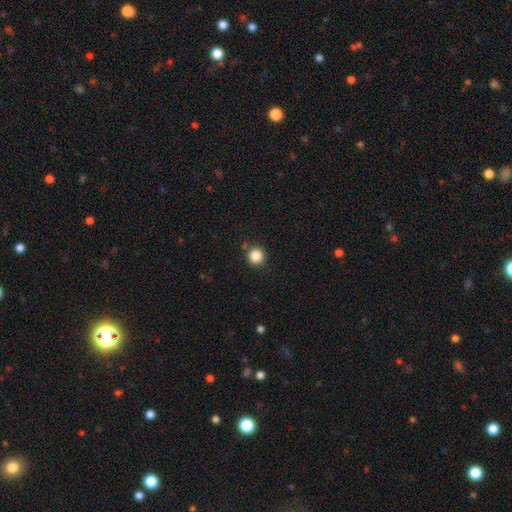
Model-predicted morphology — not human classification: A smooth galaxy with no disk features (85%) that is round (94%). Merging: none (86%).